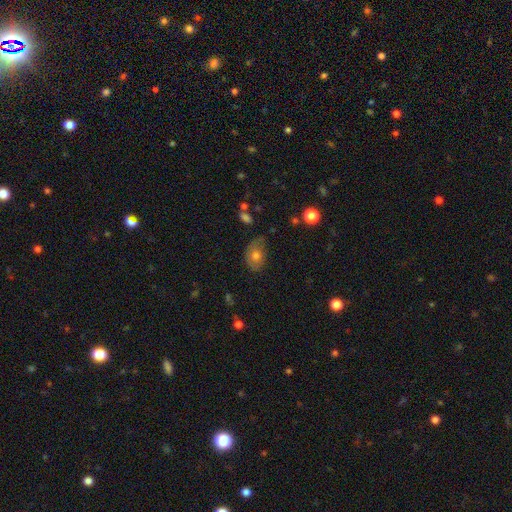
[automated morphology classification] smooth-or-featured: smooth: 66% | featured or disk: 24% | star or artifact: 9%
  how-rounded: in between: 80% | round: 18% | cigar-shaped: 1%
  merging: none: 54% | minor disturbance: 32% | major disturbance: 11% | merger: 2%